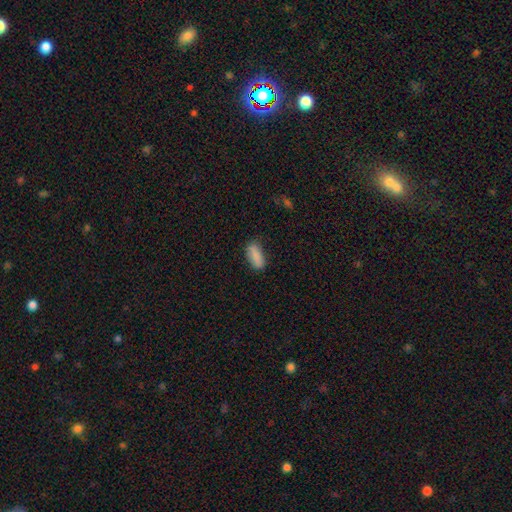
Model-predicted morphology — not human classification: The model was most divided on "how rounded": in between: 76%, cigar-shaped: 22%, round: 2%. More confident: smooth or featured — smooth (87%); merging — none (77%).